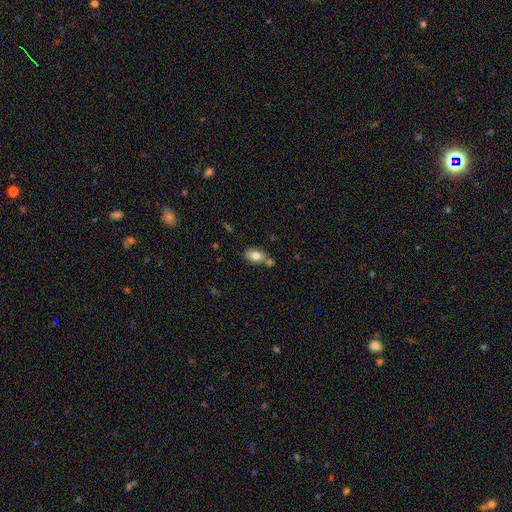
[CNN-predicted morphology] Smooth or featured? Predicted: smooth (p=0.79). How rounded? Predicted: in between (p=0.87). Merging? Predicted: none (p=0.57).